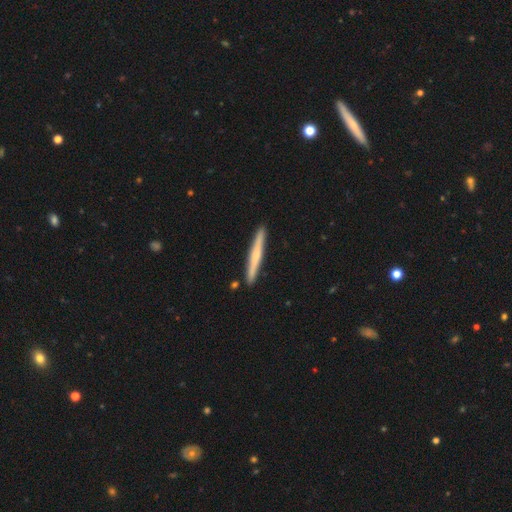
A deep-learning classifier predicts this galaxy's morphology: A smooth galaxy with no disk features (48%). Merging: none (91%).